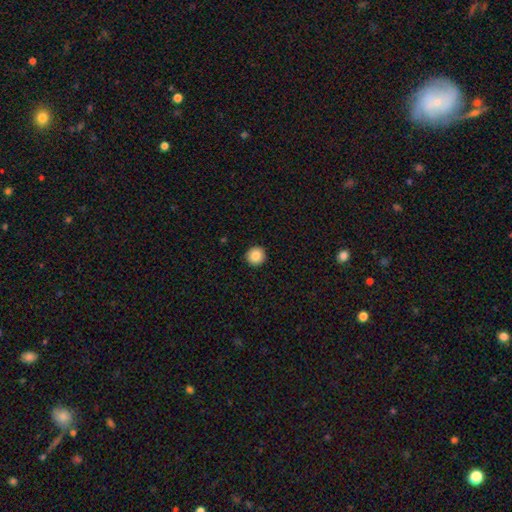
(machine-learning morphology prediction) smooth 86%, star or artifact 9%, featured or disk 5%. Down the decision tree: how rounded — round (95%); merging — none (93%).